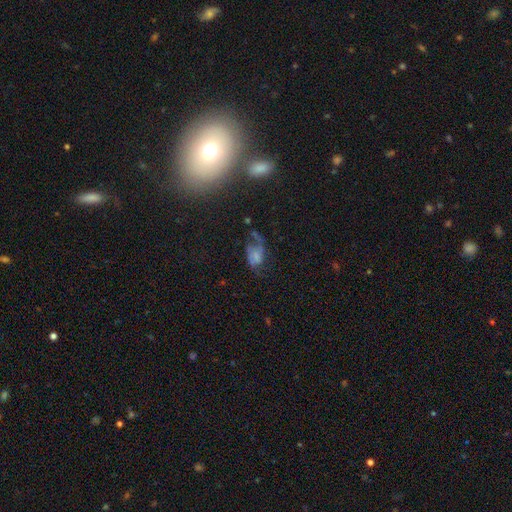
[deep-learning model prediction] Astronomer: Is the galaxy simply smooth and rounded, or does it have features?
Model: featured or disk — 51% (runner-up: smooth, 33%).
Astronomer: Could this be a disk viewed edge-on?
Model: no — 96%.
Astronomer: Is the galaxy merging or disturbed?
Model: major disturbance — 42% (runner-up: none, 30%).